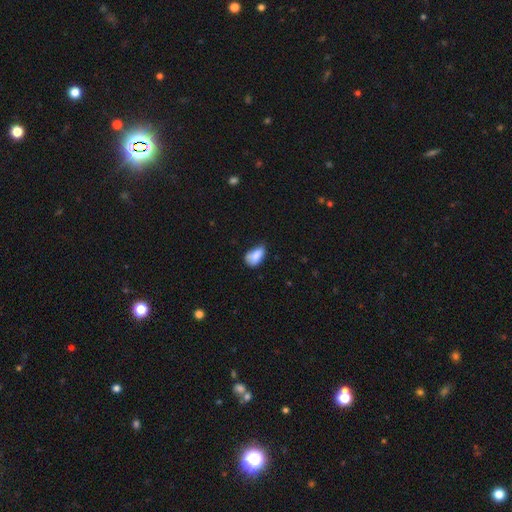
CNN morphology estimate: Overall: smooth (80%). How rounded: in between (91%). Merging: minor disturbance (44%; none 39%).